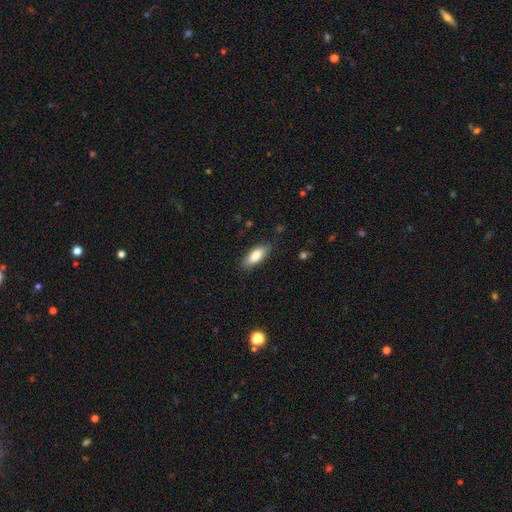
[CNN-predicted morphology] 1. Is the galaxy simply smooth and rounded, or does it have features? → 81% smooth, 12% featured or disk, 6% star or artifact.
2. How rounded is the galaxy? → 72% in between, 26% cigar-shaped, 2% round.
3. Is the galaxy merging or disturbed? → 85% none, 12% minor disturbance, 3% major disturbance, 1% merger.